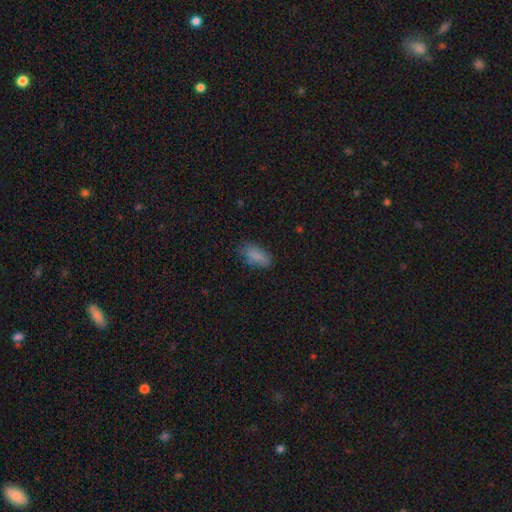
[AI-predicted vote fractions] Smooth or featured? smooth (83%)
How rounded? in between (87%)
Merging? none (66%)